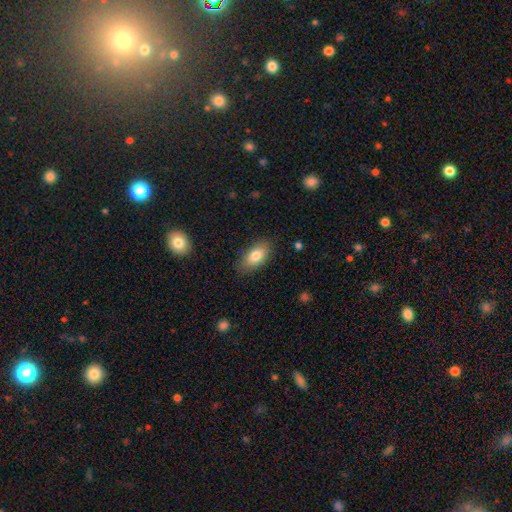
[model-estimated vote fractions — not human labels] A smooth galaxy with no disk features (81%) that is in between round and cigar-shaped (91%). Merging: none (83%).